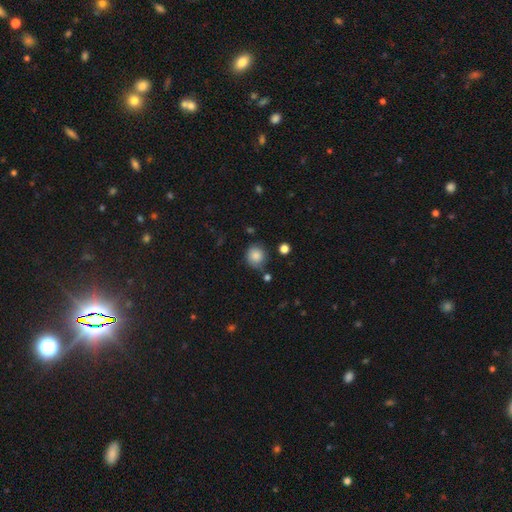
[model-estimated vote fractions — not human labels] Smooth or featured? Predicted: smooth (p=0.86). How rounded? Predicted: round (p=0.87). Merging? Predicted: none (p=0.77).